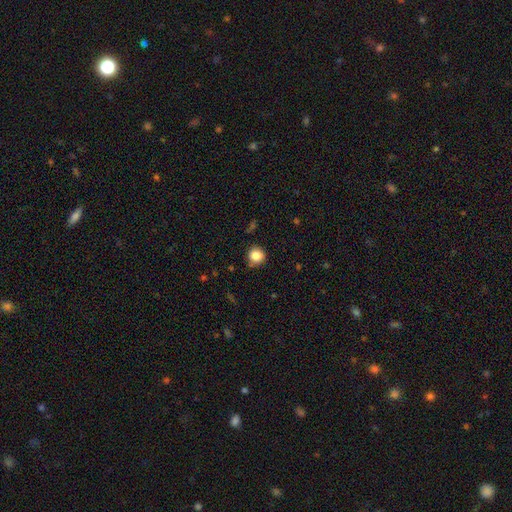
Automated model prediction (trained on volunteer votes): Morphology: type=smooth (85%); roundness=round (91%); merging=none (84%).